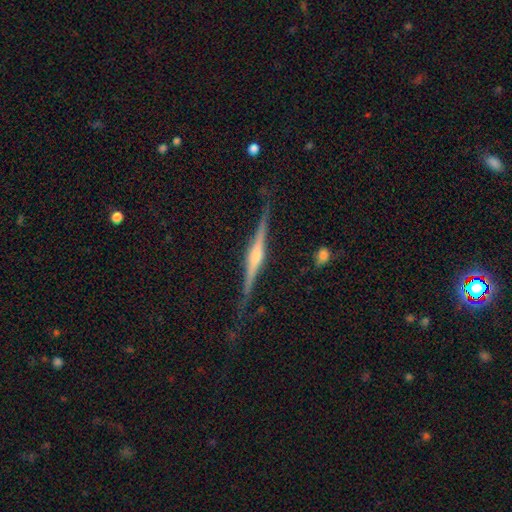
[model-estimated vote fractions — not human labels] Smooth or featured? Predicted: featured or disk (p=0.84). Edge-on disk? Predicted: yes (p=0.98). Edge-on bulge? Predicted: rounded (p=0.81). Merging? Predicted: none (p=0.84).